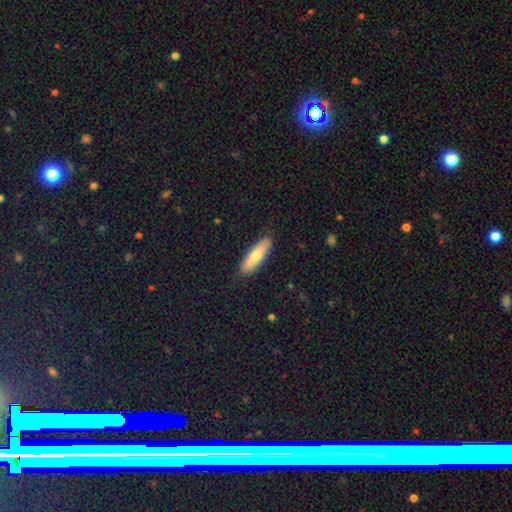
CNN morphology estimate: Smooth or featured? Predicted: smooth (p=0.73). How rounded? Predicted: cigar-shaped (p=0.60). Merging? Predicted: none (p=0.88).